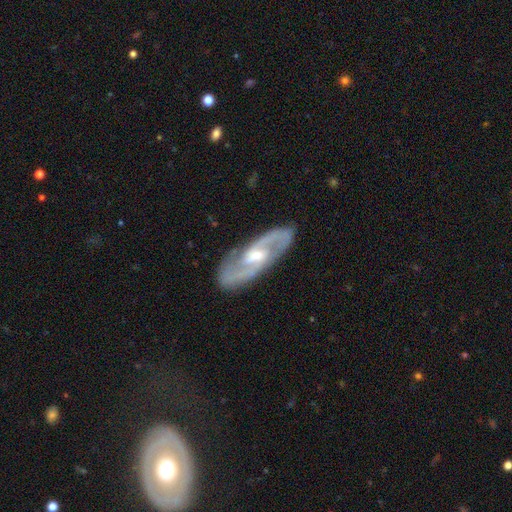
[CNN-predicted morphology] This is clearly a featured or disk galaxy (88%). It is clearly not viewed edge-on (92%). Bar: possibly weak (50%). Spiral arm pattern: clearly yes (96%). Spiral arm count: clearly 2 (90%). Spiral winding: possibly medium (56%). Central bulge: possibly moderate (51%). Merging: clearly none (85%).